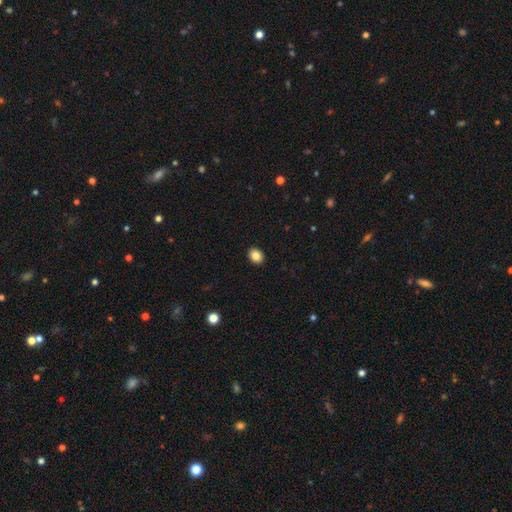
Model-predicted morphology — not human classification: This appears to be a smooth galaxy with no disk features (86%) that is round (53%). Merging: none (92%).